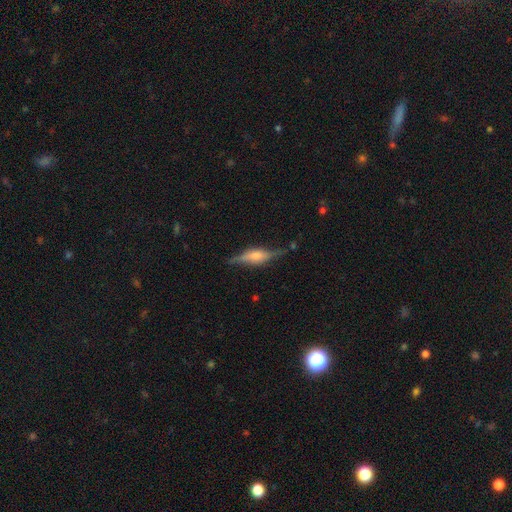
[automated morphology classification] Overall: featured or disk (74%). Edge-on disk: yes (93%). Edge-on bulge: rounded (79%). Merging: none (76%).